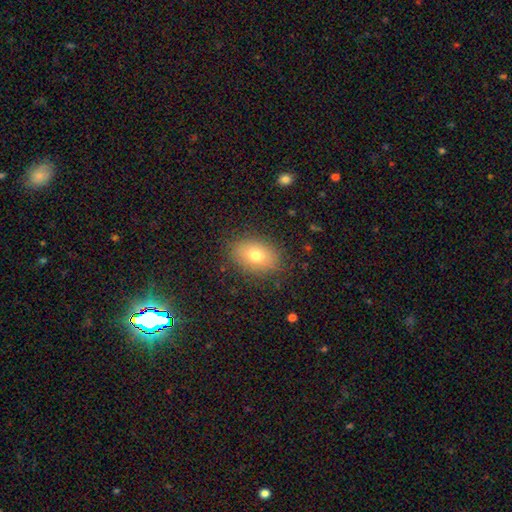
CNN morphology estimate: This is likely a smooth galaxy (74%). How rounded: likely in between (78%). Merging: clearly none (84%).